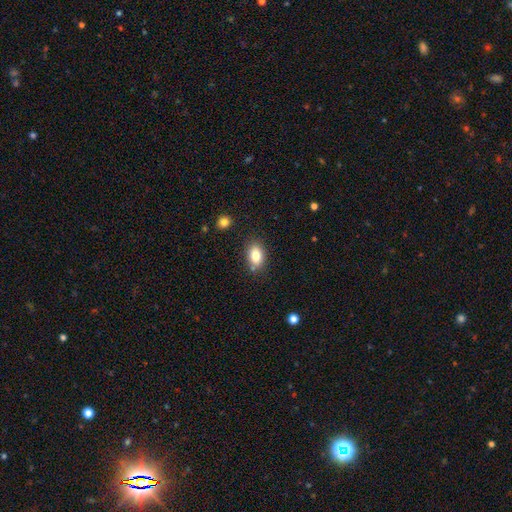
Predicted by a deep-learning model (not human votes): This appears to be a smooth galaxy with no disk features (82%) that is in between round and cigar-shaped (85%). Merging: none (79%).